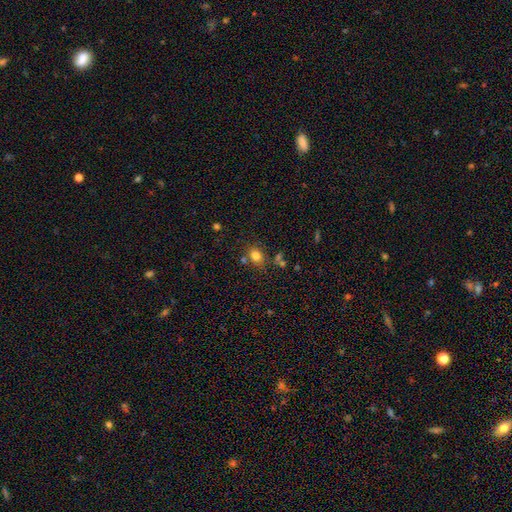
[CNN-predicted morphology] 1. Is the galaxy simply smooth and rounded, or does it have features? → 80% smooth, 13% star or artifact, 7% featured or disk.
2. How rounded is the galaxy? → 53% round, 46% in between, 1% cigar-shaped.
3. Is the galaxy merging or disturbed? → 70% none, 14% minor disturbance, 11% merger, 5% major disturbance.